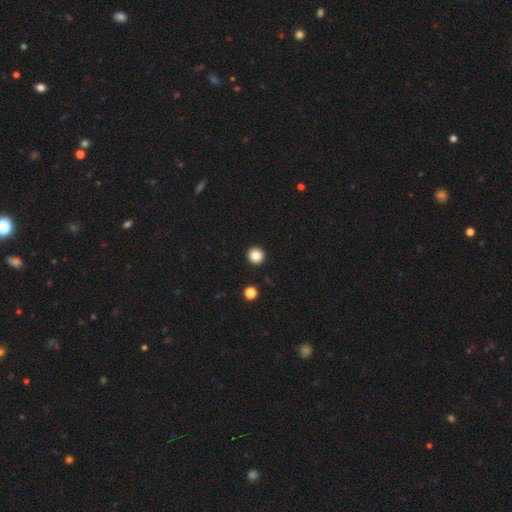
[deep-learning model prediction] Smooth or featured? smooth (85%)
How rounded? round (95%)
Merging? none (94%)